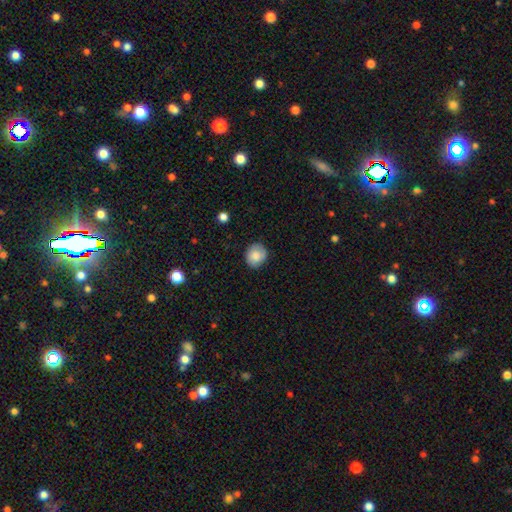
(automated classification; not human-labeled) Smooth or featured? smooth (82%)
How rounded? round (72%)
Merging? none (81%)